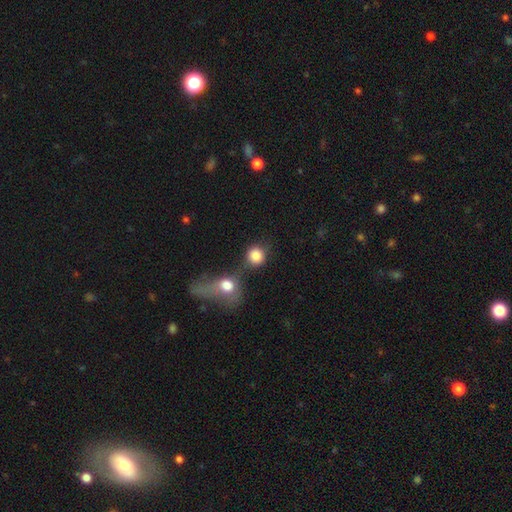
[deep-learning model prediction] A smooth galaxy with no disk features (82%) that is round (87%).

Vote fractions:
- Smooth or featured? smooth: 82% / star or artifact: 10% / featured or disk: 8%
- How rounded? round: 87% / in between: 11% / cigar-shaped: 1%
- Merging? none: 43% / merger: 39% / minor disturbance: 9% / major disturbance: 9%